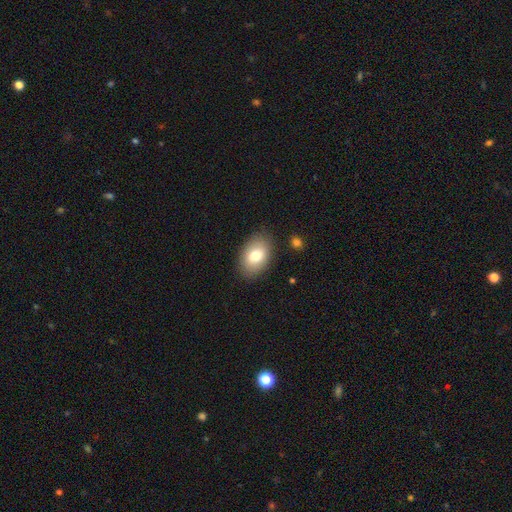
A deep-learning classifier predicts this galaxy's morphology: A smooth galaxy with no disk features (76%) that is in between round and cigar-shaped (88%). Merging: none (86%).